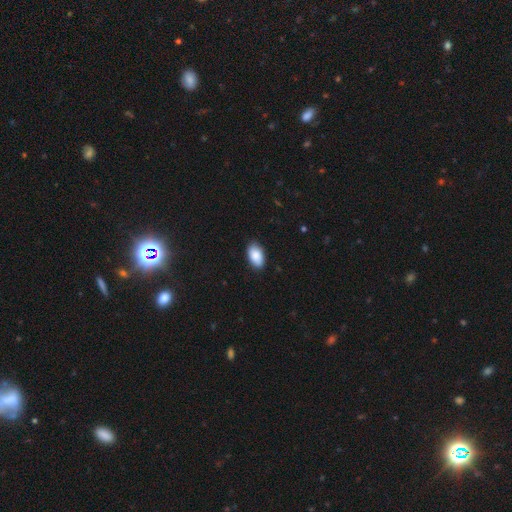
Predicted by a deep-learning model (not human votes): A smooth galaxy with no disk features (88%) that is in between round and cigar-shaped (94%).

Vote fractions:
- Smooth or featured? smooth: 88% / star or artifact: 6% / featured or disk: 6%
- How rounded? in between: 94% / round: 4% / cigar-shaped: 2%
- Merging? none: 86% / minor disturbance: 12% / major disturbance: 2% / merger: 1%